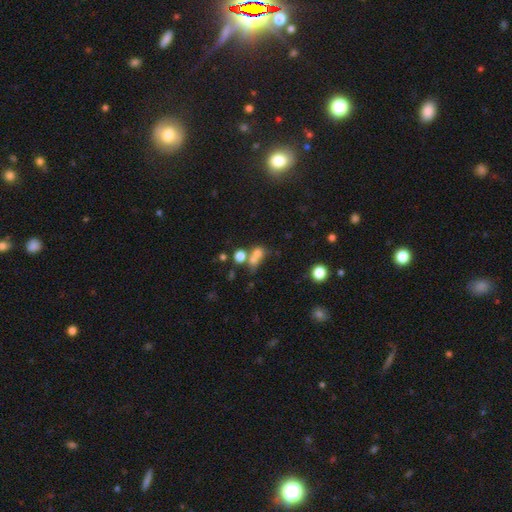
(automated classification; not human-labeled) smooth 65%, featured or disk 17%, star or artifact 17%. Down the decision tree: how rounded — in between (49%); merging — merger (55%).